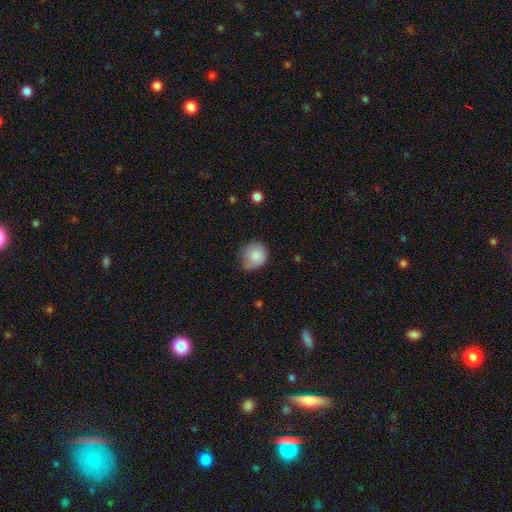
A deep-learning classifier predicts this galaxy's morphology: This appears to be a smooth galaxy with no disk features (85%) that is round (79%). Merging: none (58%).